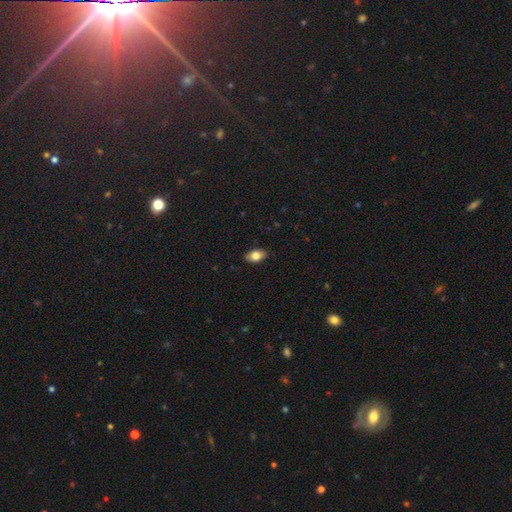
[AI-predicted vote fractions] This is clearly a smooth galaxy (81%). How rounded: clearly in between (91%). Merging: clearly none (88%).